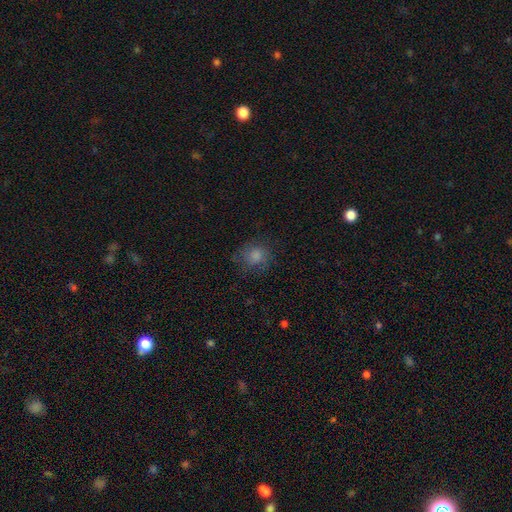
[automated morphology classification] This appears to be a smooth galaxy with no disk features (69%) that is round (76%). Merging: none (74%).